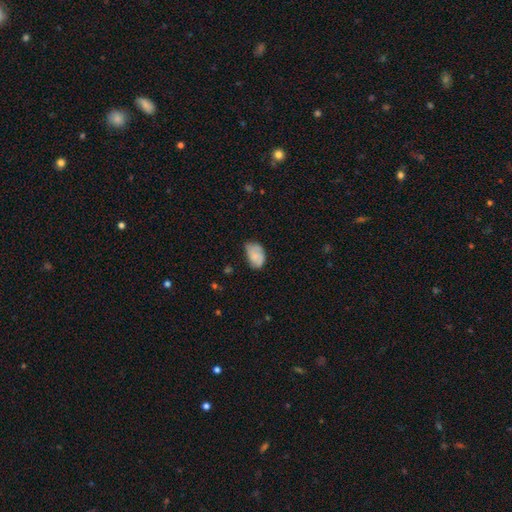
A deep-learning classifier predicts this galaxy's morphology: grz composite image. It shows a smooth galaxy with no disk features (72%) that is in between round and cigar-shaped (89%). Merging: none (48%).